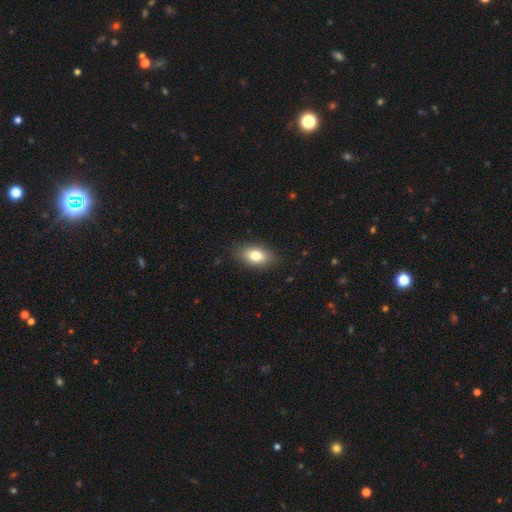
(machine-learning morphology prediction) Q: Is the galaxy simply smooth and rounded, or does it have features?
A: smooth — 79%.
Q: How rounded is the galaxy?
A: in between — 87%.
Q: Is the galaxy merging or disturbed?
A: none — 85%.